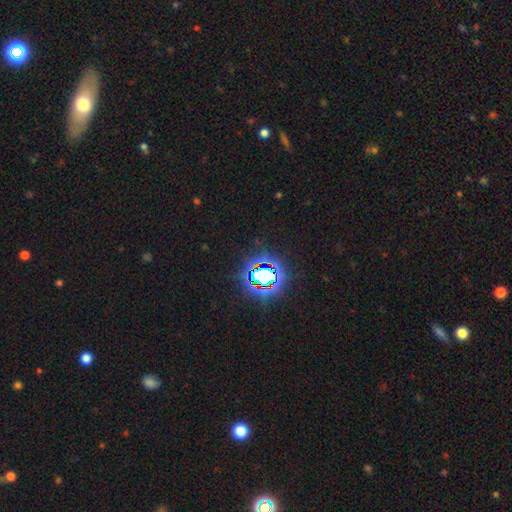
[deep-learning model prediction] This appears to be a star or artifact, not a galaxy (80%).